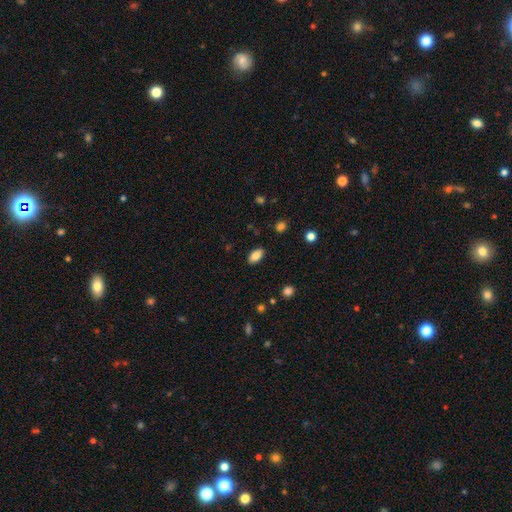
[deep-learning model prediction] Q: Smooth or featured?
A: smooth (84%); runner-up: featured or disk (8%)
Q: How rounded?
A: in between (92%); runner-up: cigar-shaped (4%)
Q: Merging?
A: none (88%); runner-up: minor disturbance (9%)